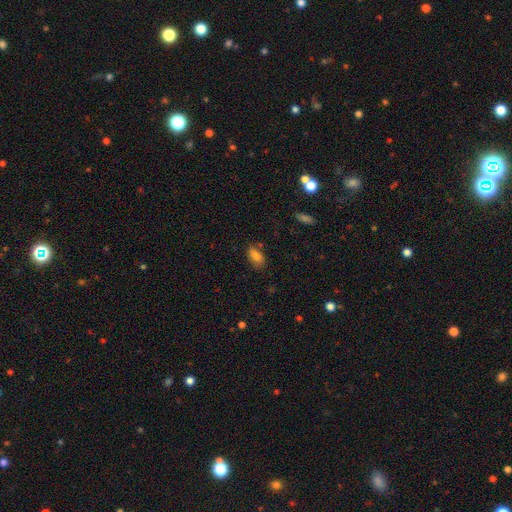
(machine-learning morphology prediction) Smooth or featured? Predicted: smooth (p=0.80). How rounded? Predicted: in between (p=0.90). Merging? Predicted: none (p=0.74).